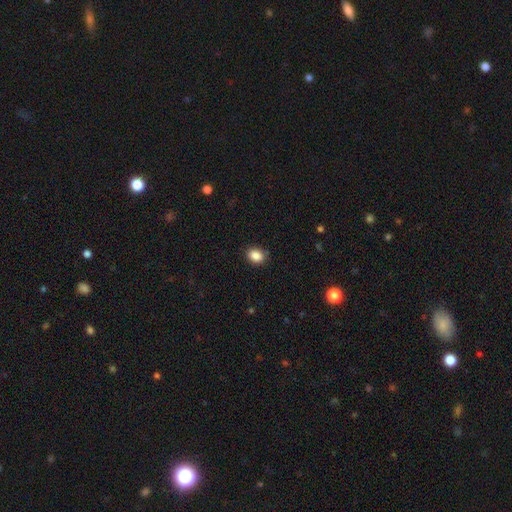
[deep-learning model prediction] Morphology: type=smooth (87%); roundness=in between (61%); merging=none (87%).